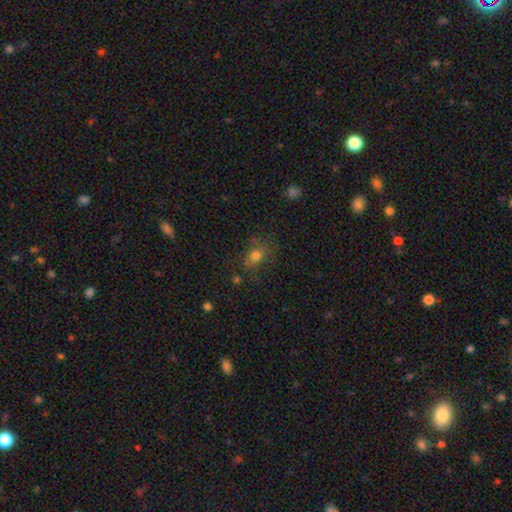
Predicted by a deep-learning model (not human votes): Q: Smooth or featured?
A: smooth (72%); runner-up: star or artifact (17%)
Q: How rounded?
A: round (56%); runner-up: in between (42%)
Q: Merging?
A: none (64%); runner-up: minor disturbance (20%)